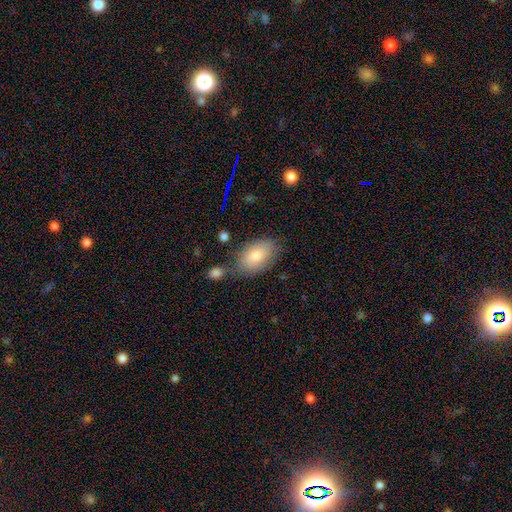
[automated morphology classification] This appears to be a smooth galaxy with no disk features (80%) that is in between round and cigar-shaped (93%). Merging: none (70%).